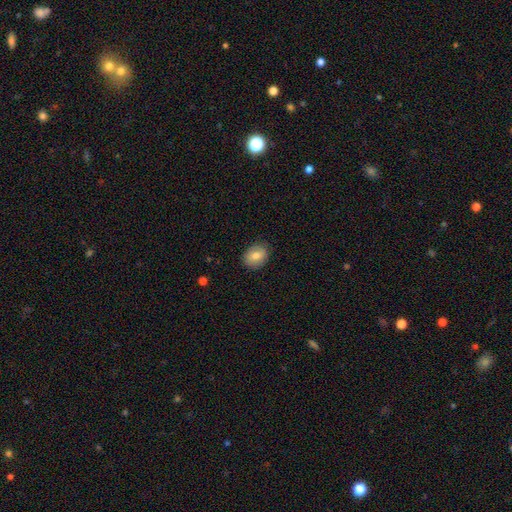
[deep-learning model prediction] A smooth galaxy with no disk features (77%) that is in between round and cigar-shaped (60%).

Vote fractions:
- Smooth or featured? smooth: 77% / featured or disk: 15% / star or artifact: 8%
- How rounded? in between: 60% / round: 39% / cigar-shaped: 1%
- Merging? none: 86% / minor disturbance: 10% / major disturbance: 2% / merger: 1%